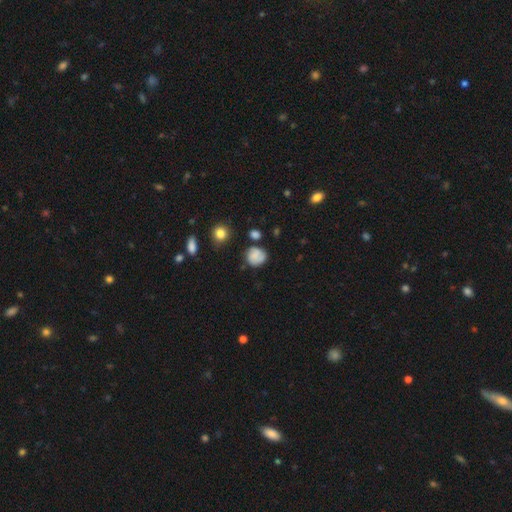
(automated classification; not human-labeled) Smooth or featured: smooth — 73% (featured or disk — 18%)
How rounded: round — 78% (in between — 21%)
Merging: none — 65% (minor disturbance — 23%)